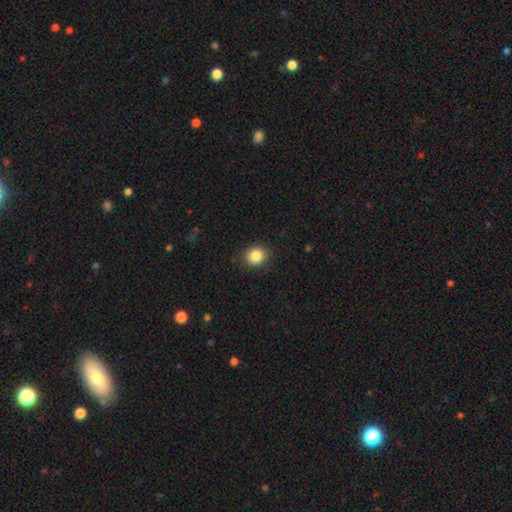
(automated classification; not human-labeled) A smooth galaxy with no disk features (86%) that is round (76%). Merging: none (88%).